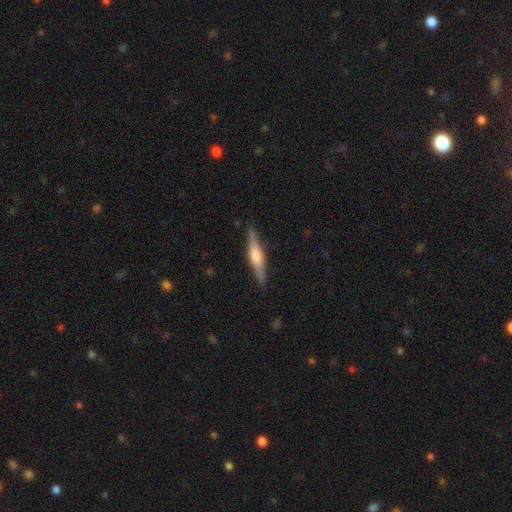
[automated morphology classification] This is likely a featured or disk galaxy (67%). It is clearly viewed edge-on (97%). Edge-on bulge: likely rounded (67%). Merging: clearly none (88%).